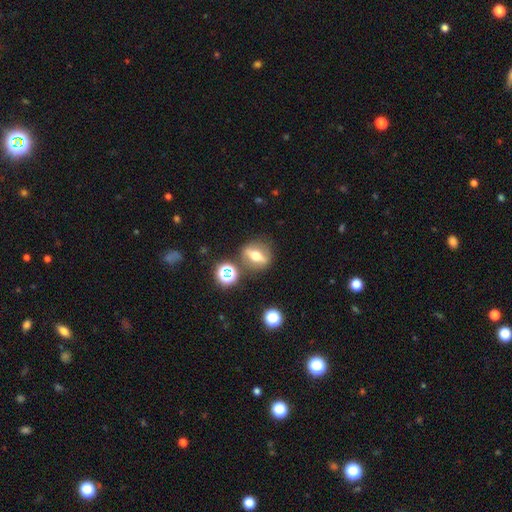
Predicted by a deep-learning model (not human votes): featured or disk 57%, smooth 30%, star or artifact 13%. Down the decision tree: edge-on disk — no (50%, tied with yes); merging — none (79%).